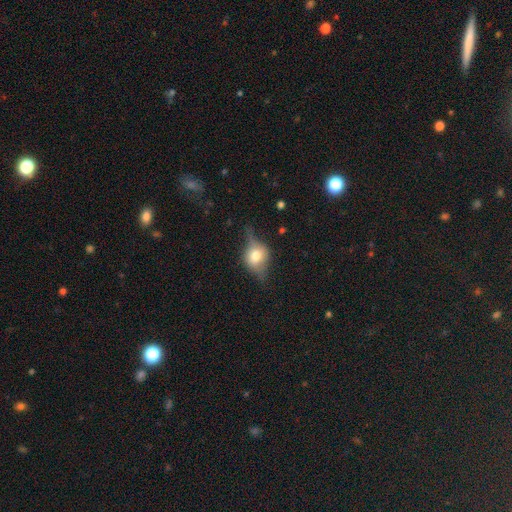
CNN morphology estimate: smooth_or_featured: featured or disk (p=0.51) [alt: smooth p=0.39]
disk_edge_on: yes (p=0.84) [alt: no p=0.16]
merging: none (p=0.60) [alt: minor disturbance p=0.24]